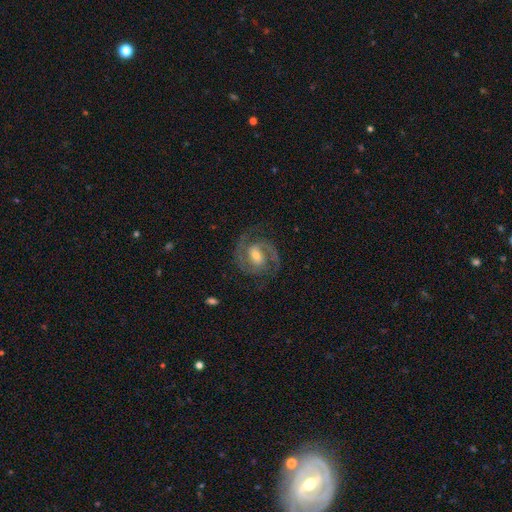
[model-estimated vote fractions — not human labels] Morphology: type=featured or disk (91%); edge-on=no (98%); bar=weak (49%); spiral arms=yes (98%); winding=medium (54%); arm count=2 (90%); bulge=moderate (55%); merging=none (80%).